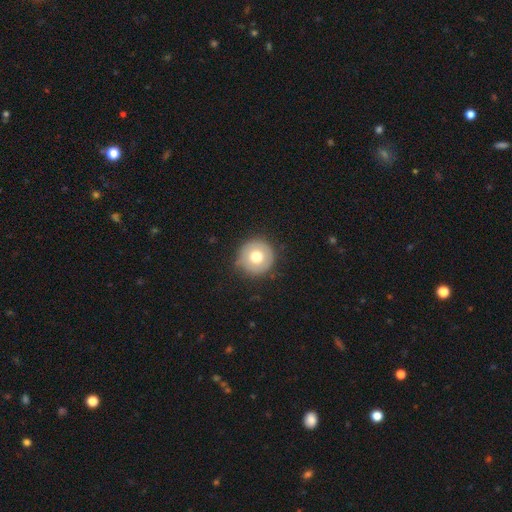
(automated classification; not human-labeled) smooth 69%, featured or disk 23%, star or artifact 9%. Down the decision tree: how rounded — round (96%); merging — none (84%).